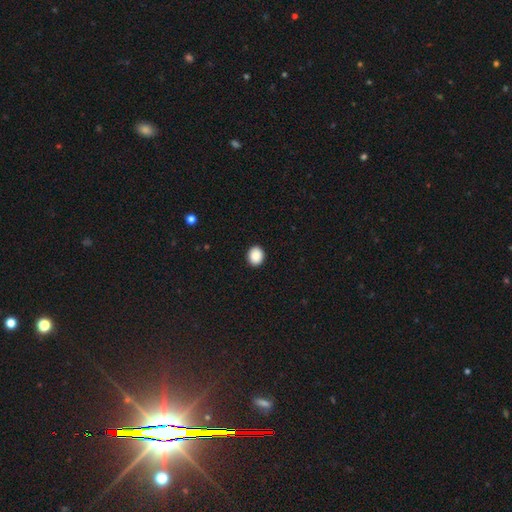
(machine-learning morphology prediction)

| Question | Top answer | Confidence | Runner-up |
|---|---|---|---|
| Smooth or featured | smooth | 90% | star or artifact (8%) |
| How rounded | round | 63% | in between (36%) |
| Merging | none | 92% | minor disturbance (5%) |